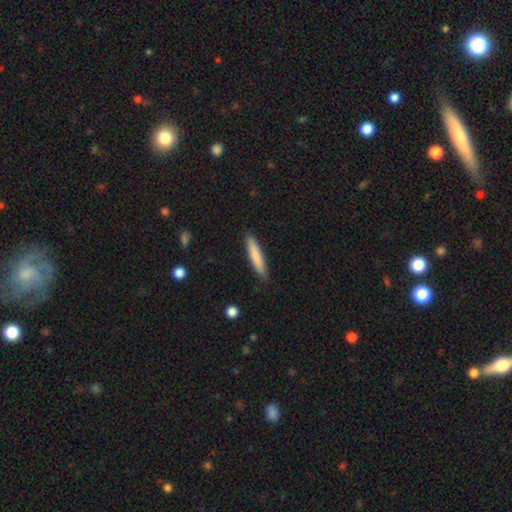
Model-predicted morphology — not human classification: type=smooth (79%); roundness=cigar-shaped (90%); merging=none (87%).